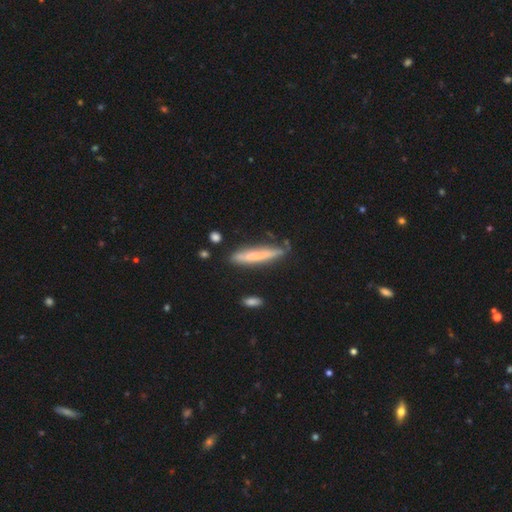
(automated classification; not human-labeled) This appears to be a smooth galaxy with no disk features (55%) that is cigar-shaped (90%). Merging: none (73%).